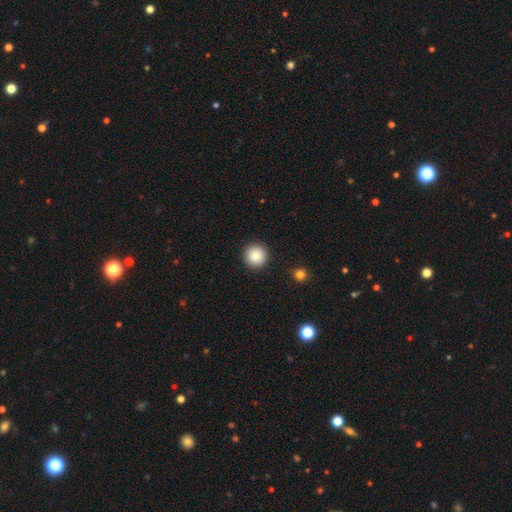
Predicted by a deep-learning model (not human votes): Morphology: type=smooth (82%); roundness=round (96%); merging=none (93%).